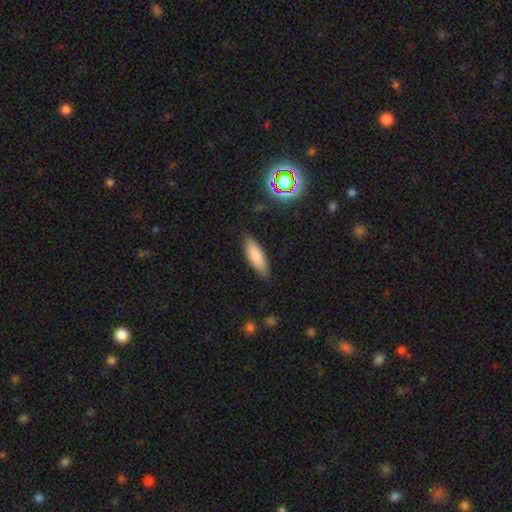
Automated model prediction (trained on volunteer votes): A smooth galaxy with no disk features (81%) that is in between round and cigar-shaped (53%). Merging: none (83%).